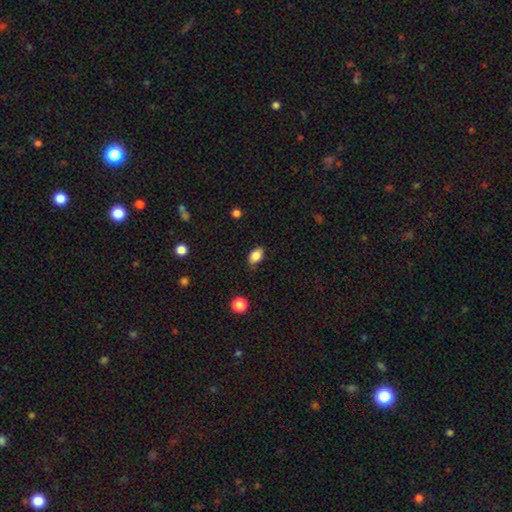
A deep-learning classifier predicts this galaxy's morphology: A smooth galaxy with no disk features (85%) that is in between round and cigar-shaped (87%). Merging: none (79%).